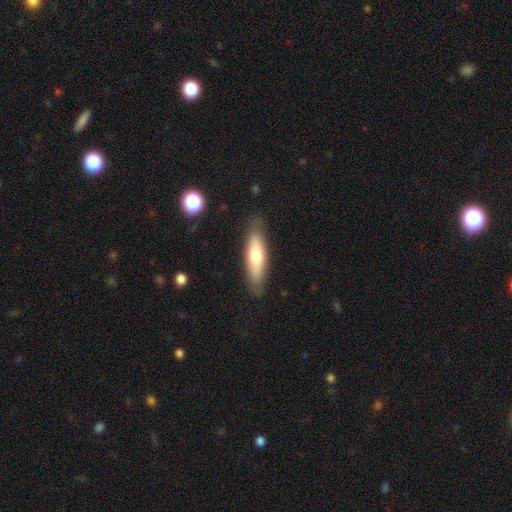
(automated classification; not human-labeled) A smooth galaxy with no disk features (65%) that is cigar-shaped (63%). Merging: none (84%).